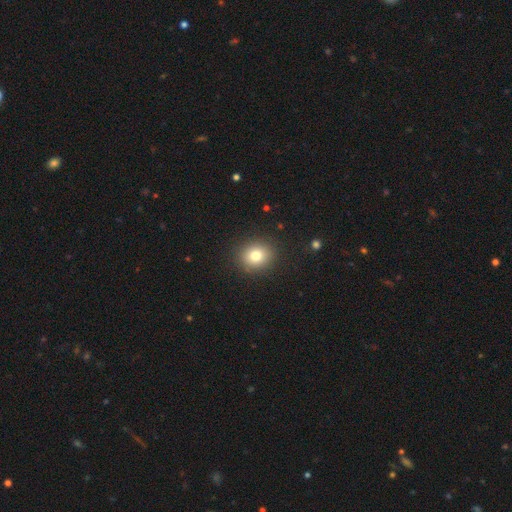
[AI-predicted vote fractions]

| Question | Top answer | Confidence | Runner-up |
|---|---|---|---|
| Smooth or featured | smooth | 78% | star or artifact (12%) |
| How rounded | round | 75% | in between (24%) |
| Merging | none | 90% | minor disturbance (7%) |